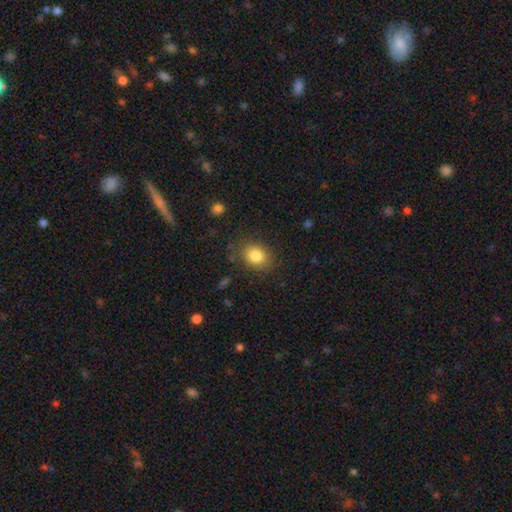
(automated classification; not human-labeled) The model was most divided on "how rounded": in between: 52%, round: 48%, cigar-shaped: 1%. More confident: smooth or featured — smooth (83%); merging — none (82%).